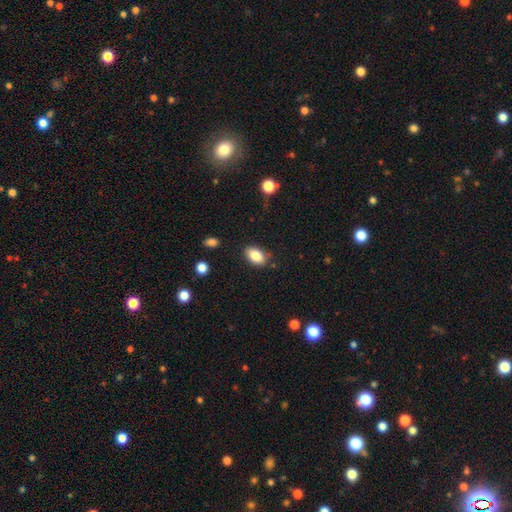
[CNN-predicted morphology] This is clearly a smooth galaxy (85%). How rounded: clearly in between (90%). Merging: clearly none (82%).